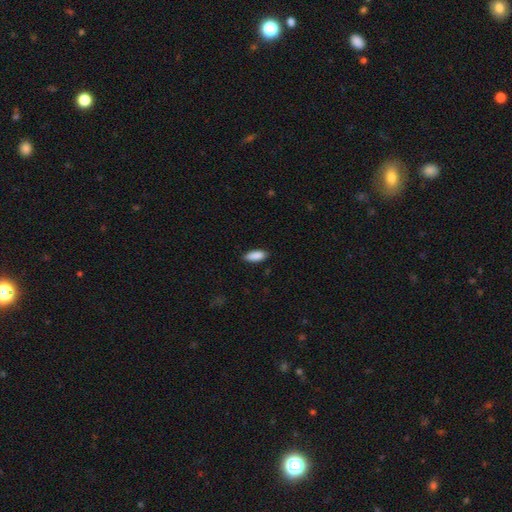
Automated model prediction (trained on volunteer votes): This appears to be a smooth galaxy with no disk features (90%) that is in between round and cigar-shaped (81%). Merging: none (86%).